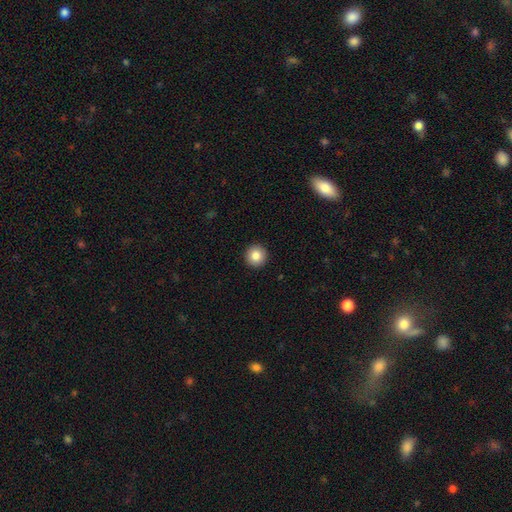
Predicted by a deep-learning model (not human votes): smooth_or_featured: smooth (p=0.85) [alt: star or artifact p=0.09]
how_rounded: round (p=0.96) [alt: in between p=0.03]
merging: none (p=0.93) [alt: minor disturbance p=0.04]